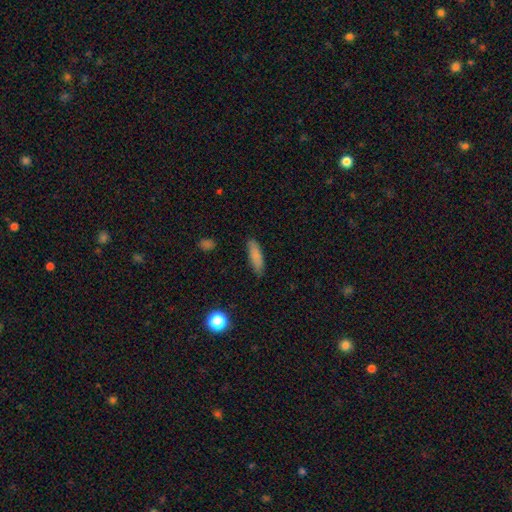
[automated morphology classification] Q: Smooth or featured?
A: smooth (84%); runner-up: star or artifact (8%)
Q: How rounded?
A: cigar-shaped (58%); runner-up: in between (40%)
Q: Merging?
A: none (85%); runner-up: minor disturbance (11%)